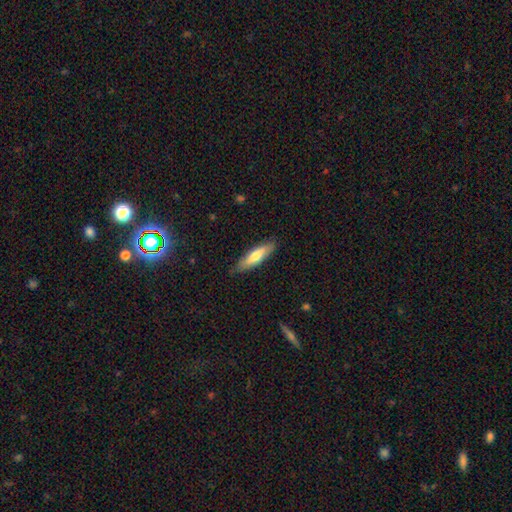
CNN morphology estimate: A smooth galaxy with no disk features (68%) that is cigar-shaped (65%).

Vote fractions:
- Smooth or featured? smooth: 68% / featured or disk: 27% / star or artifact: 5%
- How rounded? cigar-shaped: 65% / in between: 33% / round: 2%
- Merging? none: 84% / minor disturbance: 13% / major disturbance: 2% / merger: 1%